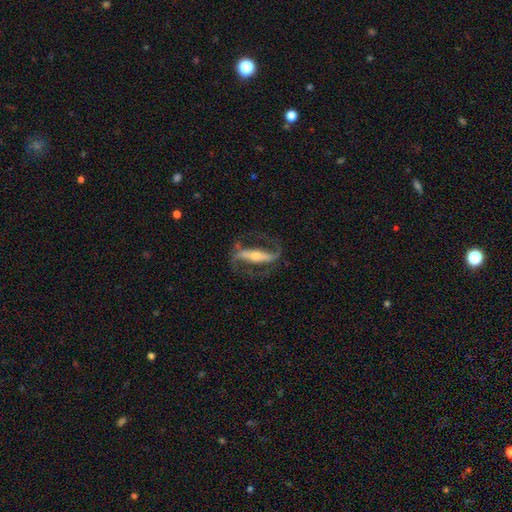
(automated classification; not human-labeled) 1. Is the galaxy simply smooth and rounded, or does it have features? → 84% featured or disk, 9% smooth, 7% star or artifact.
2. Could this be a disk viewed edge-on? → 73% no, 27% yes.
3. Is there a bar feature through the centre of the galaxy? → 69% strong, 19% weak, 13% no.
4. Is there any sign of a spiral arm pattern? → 88% yes, 12% no.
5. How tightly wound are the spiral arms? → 44% medium, 33% loose, 23% tight.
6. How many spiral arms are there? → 88% 2, 6% can't tell, 3% 1, 1% 3, 1% 4, 1% more than 4.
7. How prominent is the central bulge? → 46% small, 44% moderate, 5% large, 3% none, 2% dominant.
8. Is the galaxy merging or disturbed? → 70% none, 15% minor disturbance, 14% major disturbance, 2% merger.